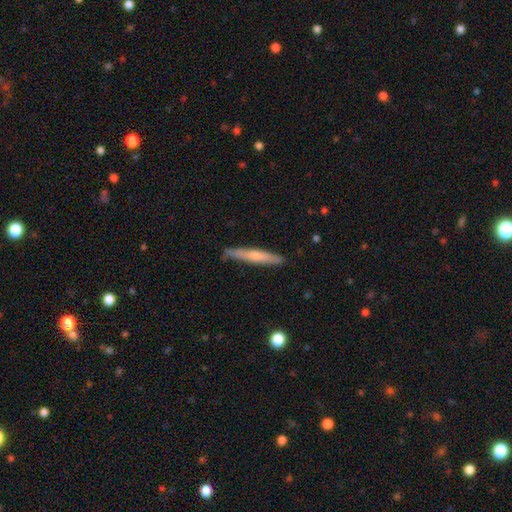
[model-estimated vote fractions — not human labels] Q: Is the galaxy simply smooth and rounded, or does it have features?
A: smooth — 55%.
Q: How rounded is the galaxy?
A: cigar-shaped — 95%.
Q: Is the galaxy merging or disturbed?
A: none — 85%.